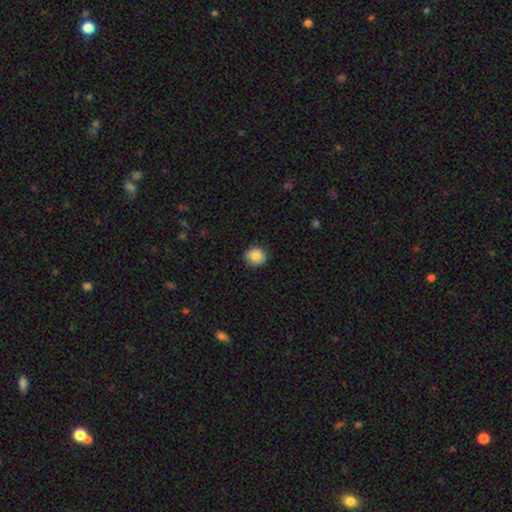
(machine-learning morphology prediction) This is clearly a smooth galaxy (86%). How rounded: clearly round (89%). Merging: clearly none (88%).